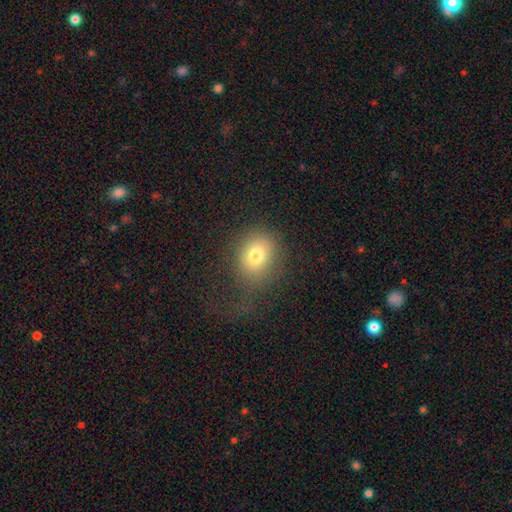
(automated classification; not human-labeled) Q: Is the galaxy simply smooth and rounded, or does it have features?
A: smooth — 76%.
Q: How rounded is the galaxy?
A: round — 55%.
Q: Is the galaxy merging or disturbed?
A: none — 56%.